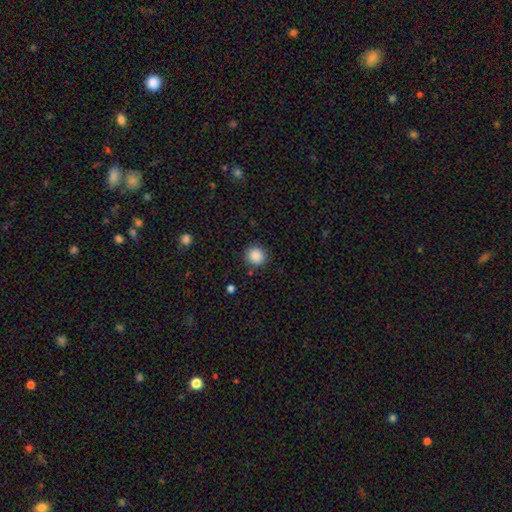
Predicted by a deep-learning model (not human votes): smooth_or_featured: smooth (p=0.88) [alt: star or artifact p=0.09]
how_rounded: round (p=0.93) [alt: in between p=0.07]
merging: none (p=0.90) [alt: minor disturbance p=0.07]